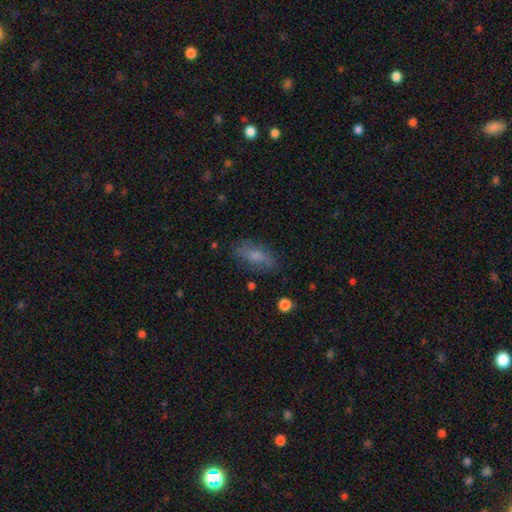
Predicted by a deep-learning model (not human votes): Smooth or featured: smooth — 63% (featured or disk — 27%)
How rounded: in between — 80% (cigar-shaped — 15%)
Merging: none — 72% (minor disturbance — 19%)